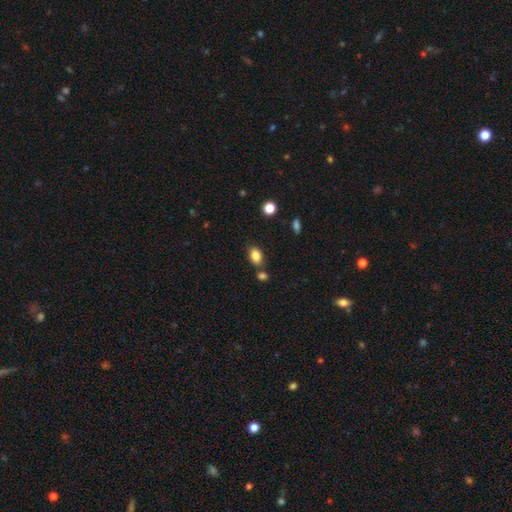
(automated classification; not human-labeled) Q: Smooth or featured?
A: smooth (84%); runner-up: star or artifact (10%)
Q: How rounded?
A: in between (77%); runner-up: round (22%)
Q: Merging?
A: none (73%); runner-up: merger (12%)